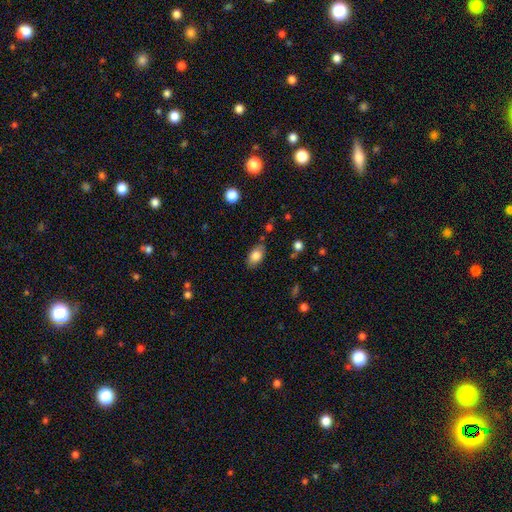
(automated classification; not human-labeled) This is clearly a smooth galaxy (81%). How rounded: clearly in between (90%). Merging: clearly none (80%).